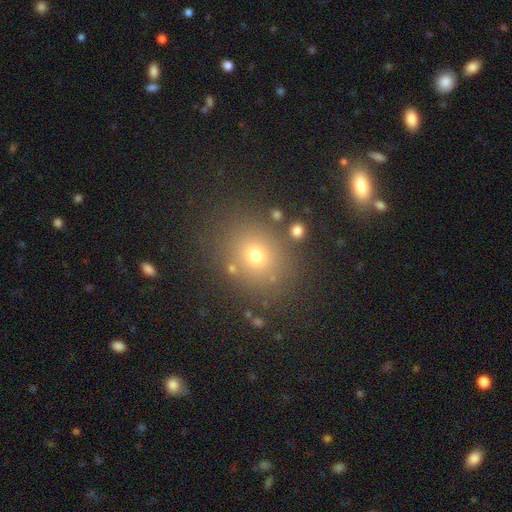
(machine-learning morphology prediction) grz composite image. It shows a smooth galaxy with no disk features (67%) that is round (65%). Merging: none (82%).